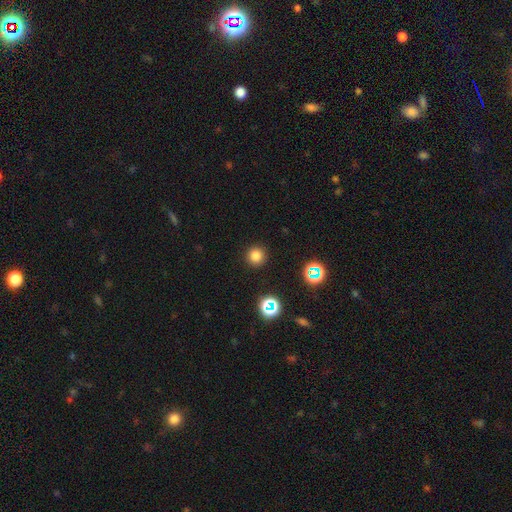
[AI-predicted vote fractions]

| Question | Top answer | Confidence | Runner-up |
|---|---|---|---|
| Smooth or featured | smooth | 78% | star or artifact (17%) |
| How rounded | round | 95% | in between (4%) |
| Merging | none | 92% | minor disturbance (5%) |